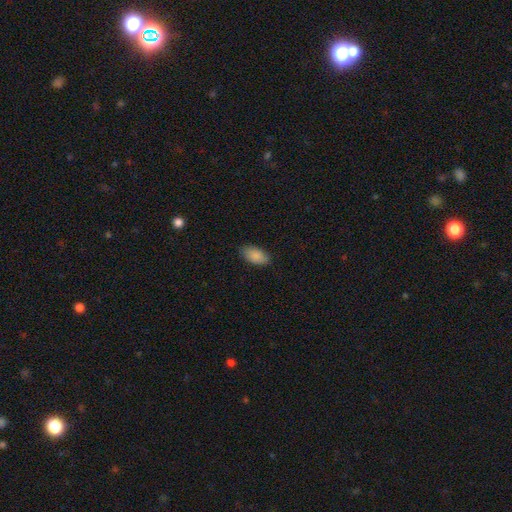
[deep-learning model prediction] This is clearly a smooth galaxy (88%). How rounded: clearly in between (94%). Merging: clearly none (84%).